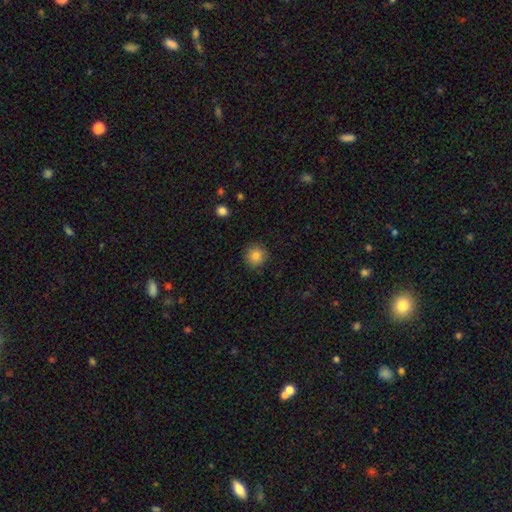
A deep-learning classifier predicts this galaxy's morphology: A smooth galaxy with no disk features (85%) that is round (93%).

Vote fractions:
- Smooth or featured? smooth: 85% / star or artifact: 10% / featured or disk: 5%
- How rounded? round: 93% / in between: 6% / cigar-shaped: 1%
- Merging? none: 90% / minor disturbance: 7% / major disturbance: 2% / merger: 1%